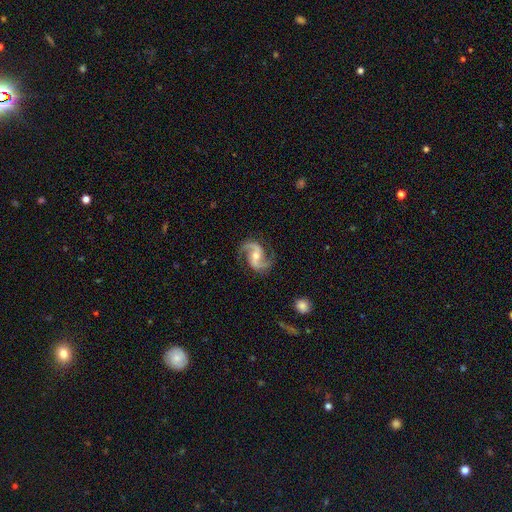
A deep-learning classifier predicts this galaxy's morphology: This appears to be a featured or disk galaxy (93%) with a weak bar (40%), 2 (94%) medium (55%) spiral arms (98%) and a moderate central bulge (57%). Merging: none (83%).